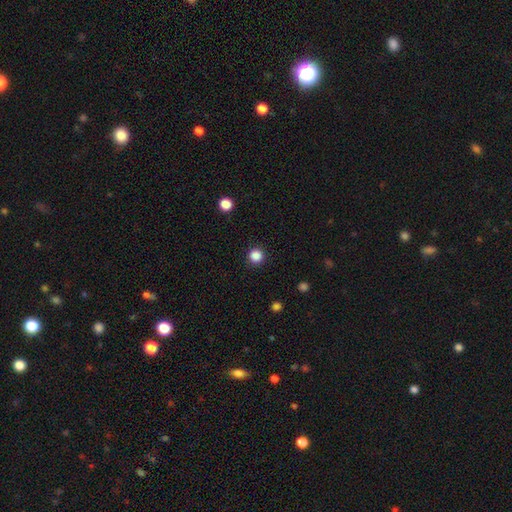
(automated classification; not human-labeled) smooth_or_featured: smooth (p=0.86) [alt: star or artifact p=0.11]
how_rounded: round (p=0.95) [alt: in between p=0.04]
merging: none (p=0.92) [alt: minor disturbance p=0.05]